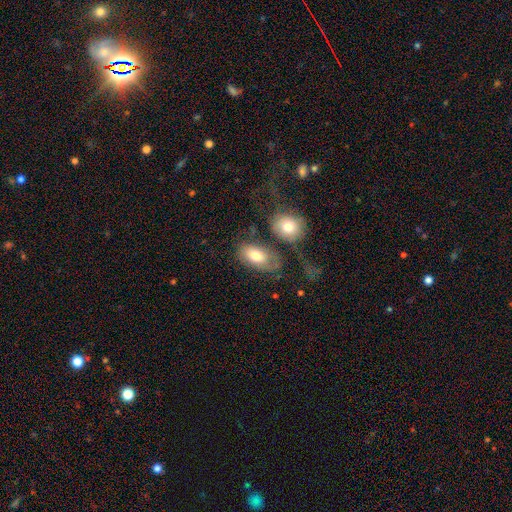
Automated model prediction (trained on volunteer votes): smooth 71%, featured or disk 21%, star or artifact 8%. Down the decision tree: how rounded — in between (89%); merging — none (46%).